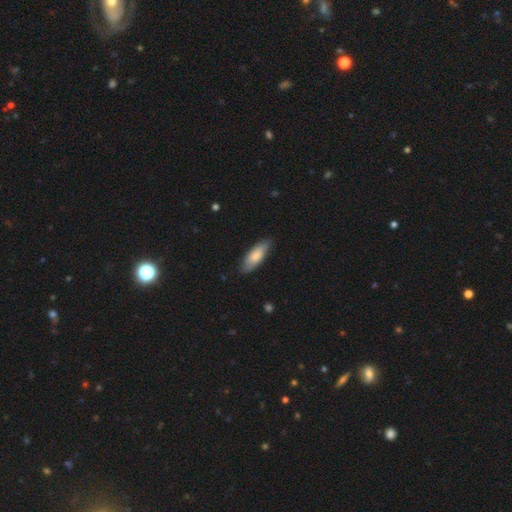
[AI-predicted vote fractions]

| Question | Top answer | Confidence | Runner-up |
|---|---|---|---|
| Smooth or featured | smooth | 79% | featured or disk (16%) |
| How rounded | in between | 67% | cigar-shaped (31%) |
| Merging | none | 82% | minor disturbance (15%) |